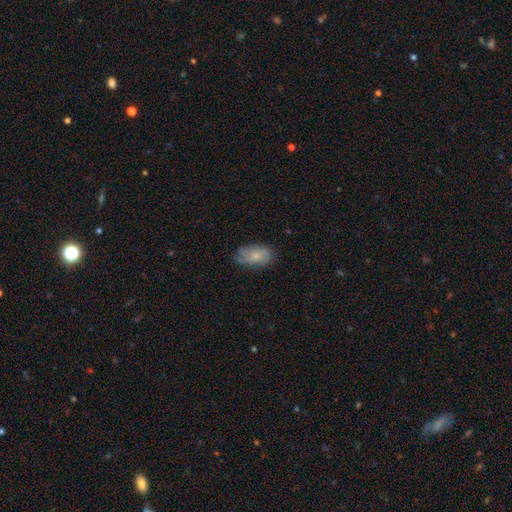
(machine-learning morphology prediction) A smooth galaxy with no disk features (66%) that is in between round and cigar-shaped (92%).

Vote fractions:
- Smooth or featured? smooth: 66% / featured or disk: 27% / star or artifact: 7%
- How rounded? in between: 92% / round: 5% / cigar-shaped: 3%
- Merging? none: 65% / minor disturbance: 27% / major disturbance: 7% / merger: 1%